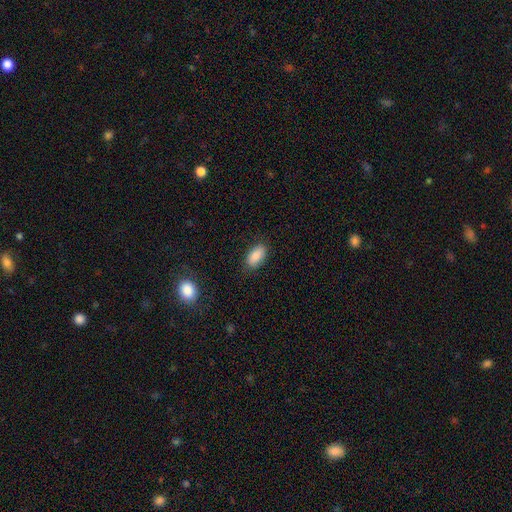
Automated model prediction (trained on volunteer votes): A smooth galaxy with no disk features (86%) that is in between round and cigar-shaped (92%).

Vote fractions:
- Smooth or featured? smooth: 86% / star or artifact: 7% / featured or disk: 7%
- How rounded? in between: 92% / round: 4% / cigar-shaped: 4%
- Merging? none: 84% / minor disturbance: 12% / major disturbance: 3% / merger: 1%